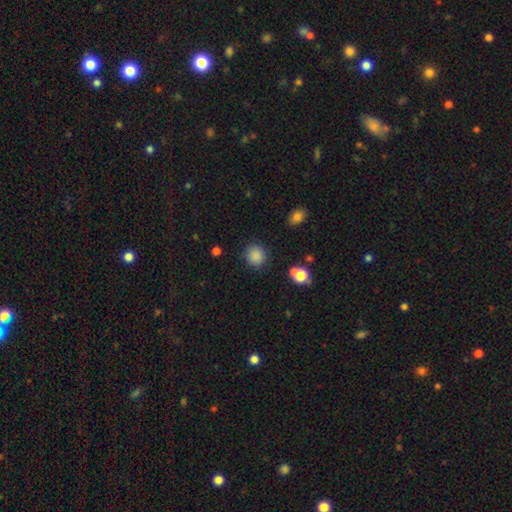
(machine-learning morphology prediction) Smooth or featured: smooth — 85% (star or artifact — 11%)
How rounded: round — 86% (in between — 13%)
Merging: none — 86% (minor disturbance — 9%)